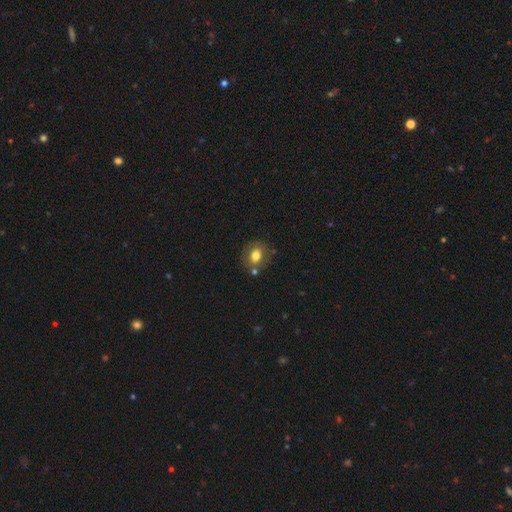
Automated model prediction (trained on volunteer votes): Smooth or featured?
  - smooth: 73% *
  - featured or disk: 17%
  - star or artifact: 10%
How rounded?
  - round: 56% *
  - in between: 43%
  - cigar-shaped: 1%
Merging?
  - none: 75% *
  - minor disturbance: 12%
  - merger: 9%
  - major disturbance: 4%